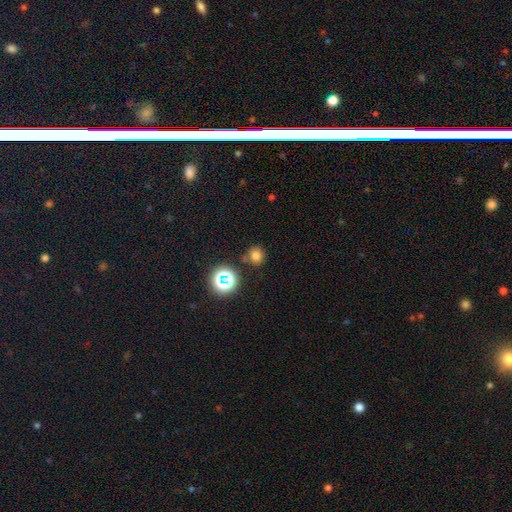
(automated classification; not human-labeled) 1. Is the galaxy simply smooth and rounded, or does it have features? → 72% smooth, 21% star or artifact, 7% featured or disk.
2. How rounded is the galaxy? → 89% round, 10% in between, 1% cigar-shaped.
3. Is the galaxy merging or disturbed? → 79% none, 10% minor disturbance, 8% merger, 3% major disturbance.